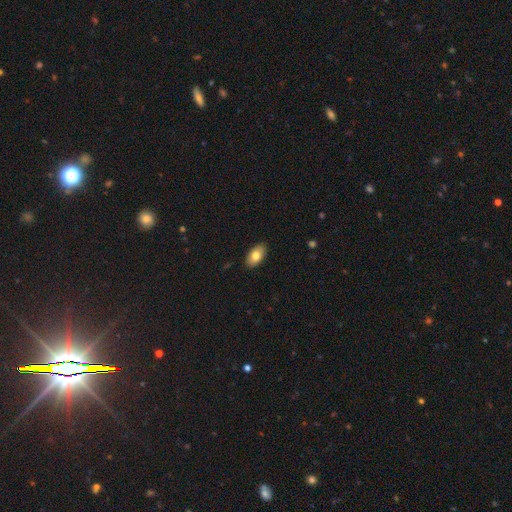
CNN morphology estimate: A smooth galaxy with no disk features (80%) that is in between round and cigar-shaped (93%). Merging: none (89%).